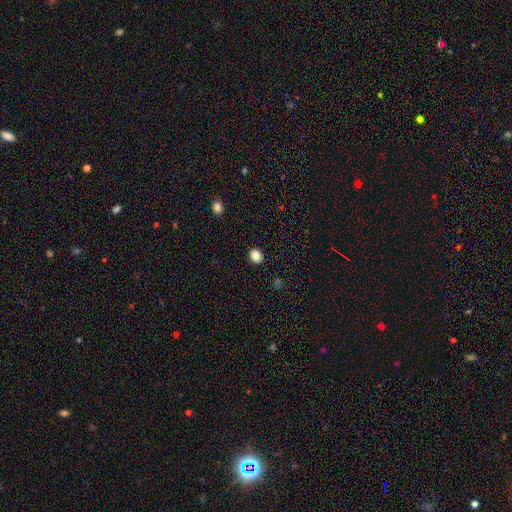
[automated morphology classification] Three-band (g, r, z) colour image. It shows a smooth galaxy with no disk features (86%) that is round (64%). Merging: none (91%).